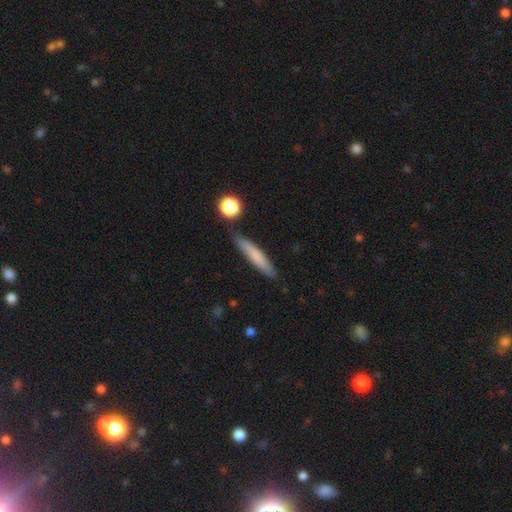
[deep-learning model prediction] smooth 73%, featured or disk 20%, star or artifact 7%. Down the decision tree: how rounded — cigar-shaped (90%); merging — none (82%).